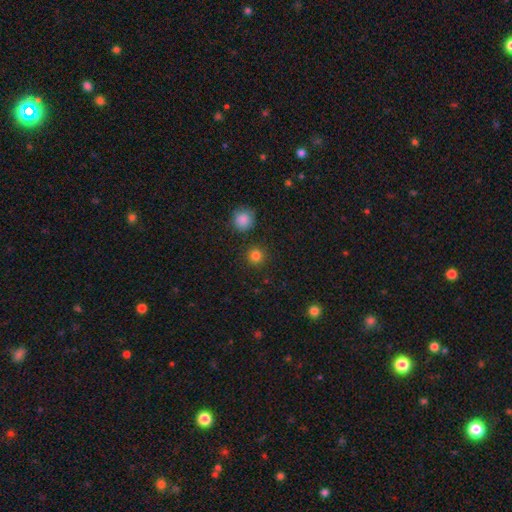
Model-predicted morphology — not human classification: Smooth or featured: smooth — 82% (star or artifact — 14%)
How rounded: round — 94% (in between — 5%)
Merging: none — 89% (minor disturbance — 5%)